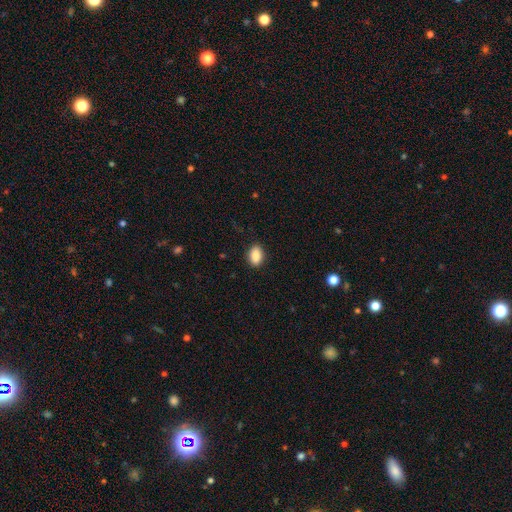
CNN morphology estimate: Overall: smooth (89%). How rounded: in between (88%). Merging: none (88%).